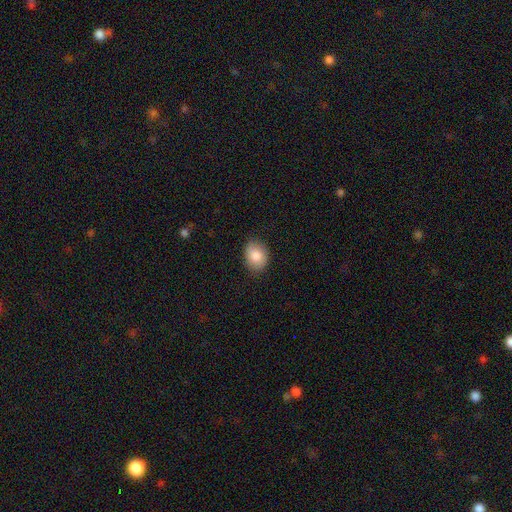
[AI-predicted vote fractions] This is clearly a smooth galaxy (84%). How rounded: possibly in between (57%). Merging: clearly none (83%).